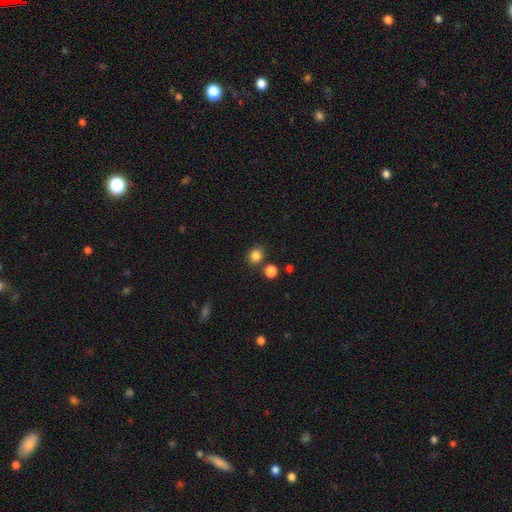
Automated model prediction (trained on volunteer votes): smooth_or_featured: smooth (p=0.84) [alt: star or artifact p=0.12]
how_rounded: round (p=0.77) [alt: in between p=0.22]
merging: none (p=0.79) [alt: merger p=0.09]